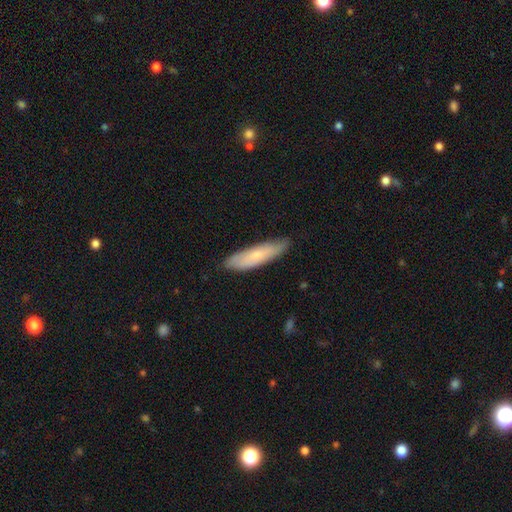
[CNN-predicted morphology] This is likely a smooth galaxy (64%). How rounded: likely cigar-shaped (69%). Merging: clearly none (81%).